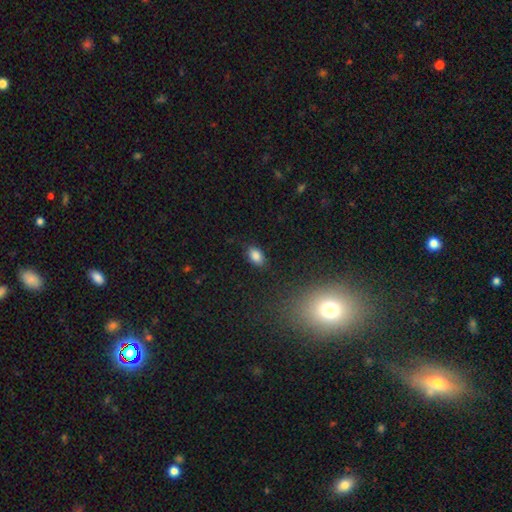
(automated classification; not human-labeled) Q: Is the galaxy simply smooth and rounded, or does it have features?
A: smooth — 85%.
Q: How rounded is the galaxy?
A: in between — 88%.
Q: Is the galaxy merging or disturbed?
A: none — 83%.